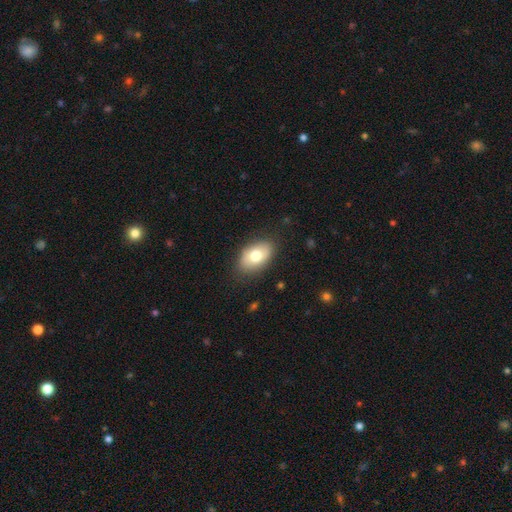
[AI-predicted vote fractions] This is likely a smooth galaxy (74%). How rounded: clearly in between (90%). Merging: clearly none (83%).